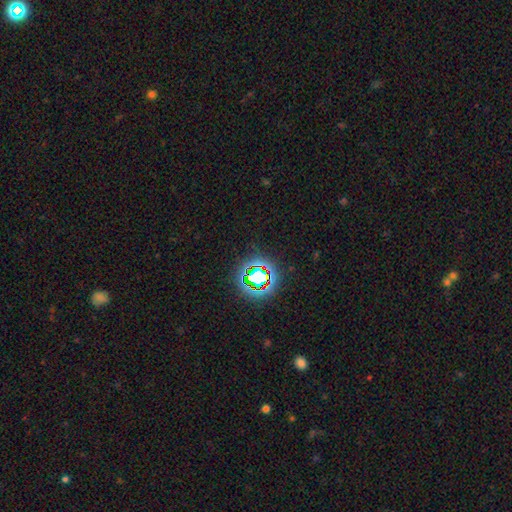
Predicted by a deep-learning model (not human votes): A star or artifact, not a galaxy (78%).